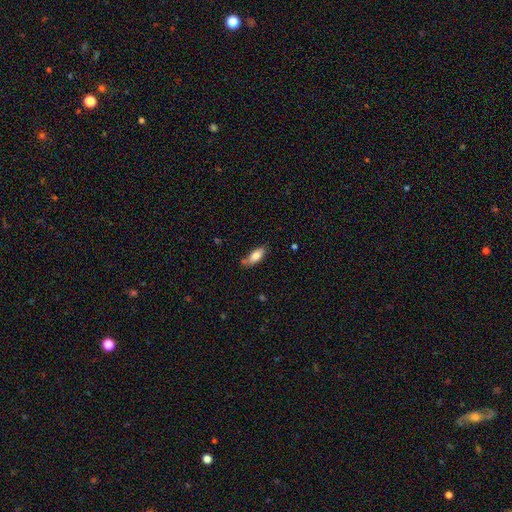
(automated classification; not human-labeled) Overall: smooth (79%). How rounded: in between (79%). Merging: none (65%; minor disturbance 25%).